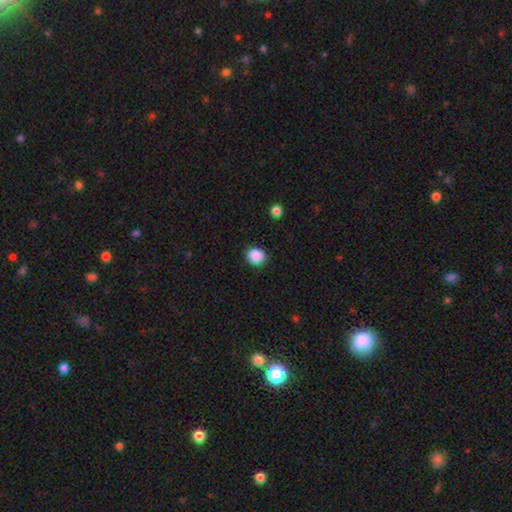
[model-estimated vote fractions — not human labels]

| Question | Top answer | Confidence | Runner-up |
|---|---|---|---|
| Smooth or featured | smooth | 88% | star or artifact (9%) |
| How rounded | round | 81% | in between (18%) |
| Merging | none | 88% | minor disturbance (9%) |